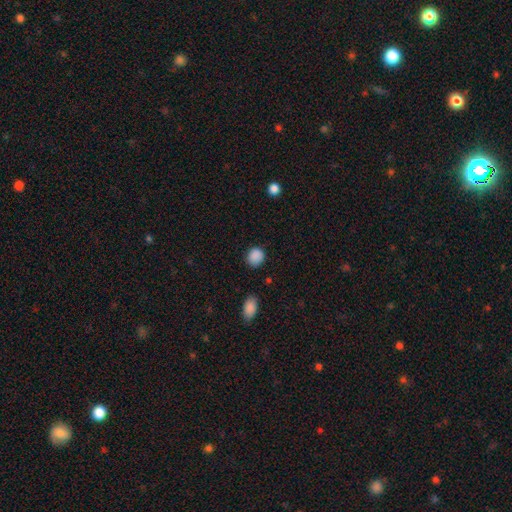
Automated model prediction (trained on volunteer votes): Smooth or featured? smooth (88%)
How rounded? round (80%)
Merging? none (82%)